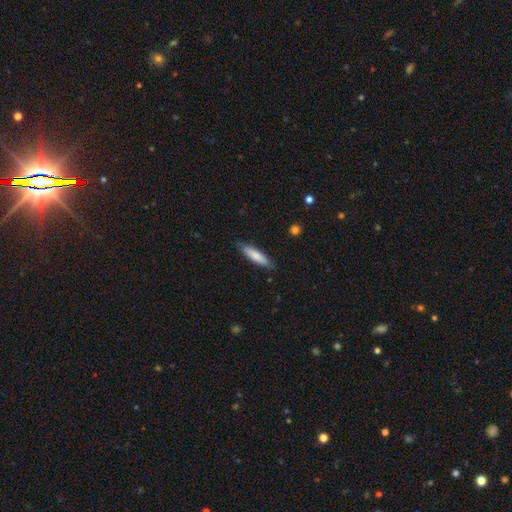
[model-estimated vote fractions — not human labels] smooth-or-featured: smooth: 79% | featured or disk: 16% | star or artifact: 5%
  how-rounded: cigar-shaped: 80% | in between: 19% | round: 1%
  merging: none: 85% | minor disturbance: 12% | major disturbance: 2% | merger: 1%